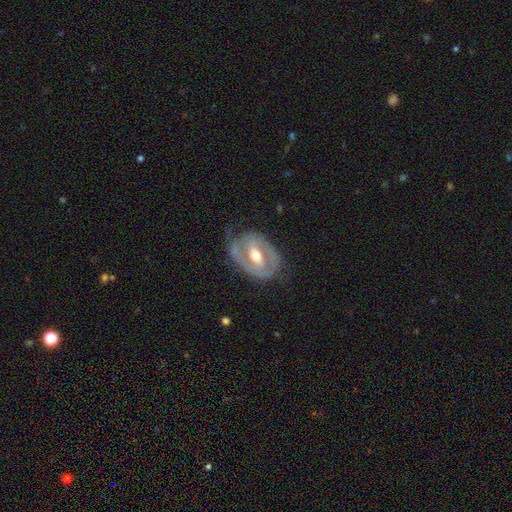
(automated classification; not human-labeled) smooth_or_featured: featured or disk (p=0.79) [alt: smooth p=0.16]
disk_edge_on: no (p=0.95) [alt: yes p=0.05]
bar: strong (p=0.39) [tied with: weak p=0.39]
has_spiral_arms: yes (p=0.71) [alt: no p=0.29]
spiral_winding: tight (p=0.47) [alt: medium p=0.36]
spiral_arm_count: 2 (p=0.67) [alt: can't tell p=0.14]
bulge_size: moderate (p=0.76) [alt: small p=0.15]
merging: none (p=0.58) [alt: minor disturbance p=0.25]